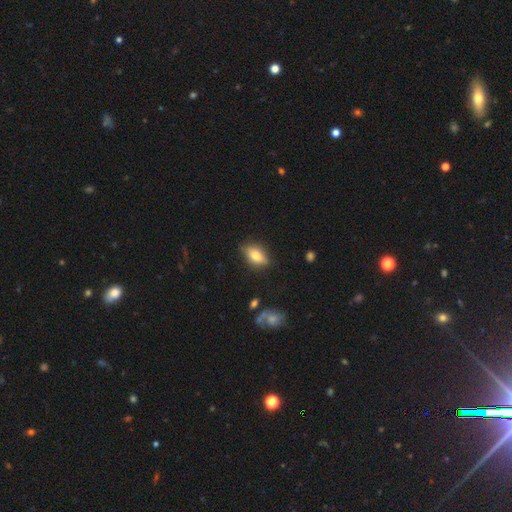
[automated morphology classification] A smooth galaxy with no disk features (70%) that is in between round and cigar-shaped (84%). Merging: none (81%).